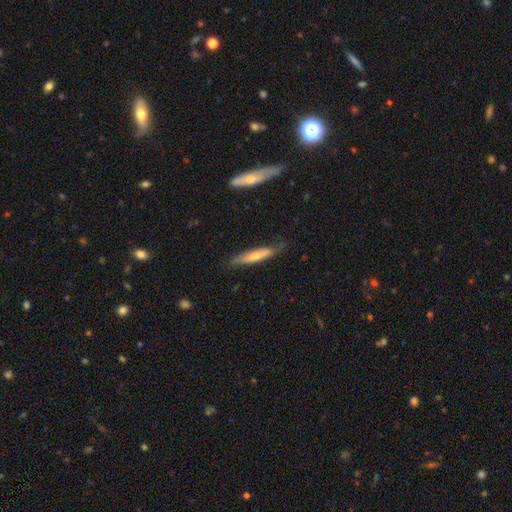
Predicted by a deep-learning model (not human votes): This is likely a smooth galaxy (62%). How rounded: clearly cigar-shaped (85%). Merging: likely none (74%).